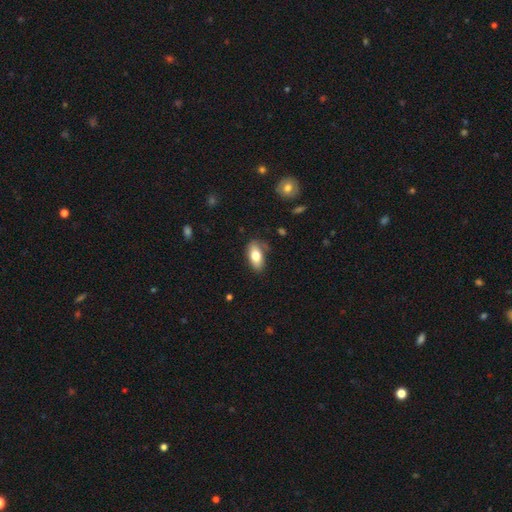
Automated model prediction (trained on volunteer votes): smooth 76%, featured or disk 17%, star or artifact 7%. Down the decision tree: how rounded — in between (89%); merging — none (71%).